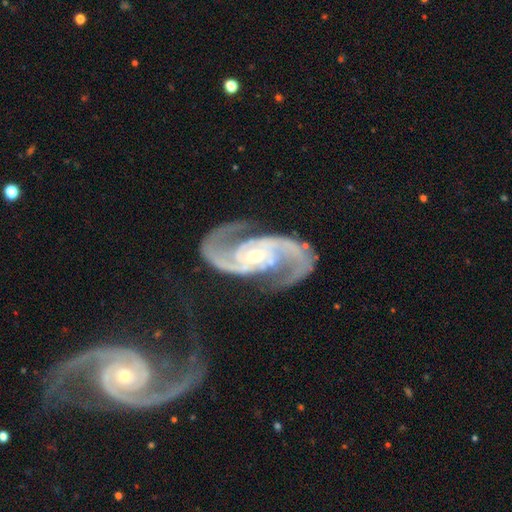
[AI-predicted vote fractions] Smooth or featured?
  - featured or disk: 94% *
  - star or artifact: 4%
  - smooth: 2%
Edge-on disk?
  - no: 98% *
  - yes: 2%
Bar?
  - no: 51% *
  - weak: 33%
  - strong: 16%
Spiral arms?
  - yes: 99% *
  - no: 1%
Spiral winding?
  - medium: 59% *
  - tight: 22%
  - loose: 19%
Spiral arm count?
  - 2: 94% *
  - 3: 1%
  - can't tell: 1%
  - 1: 1%
  - 4: 1%
  - more than 4: 1%
Bulge size?
  - small: 60% *
  - moderate: 35%
  - large: 2%
  - none: 2%
  - dominant: 1%
Merging?
  - none: 72% *
  - minor disturbance: 15%
  - major disturbance: 10%
  - merger: 3%